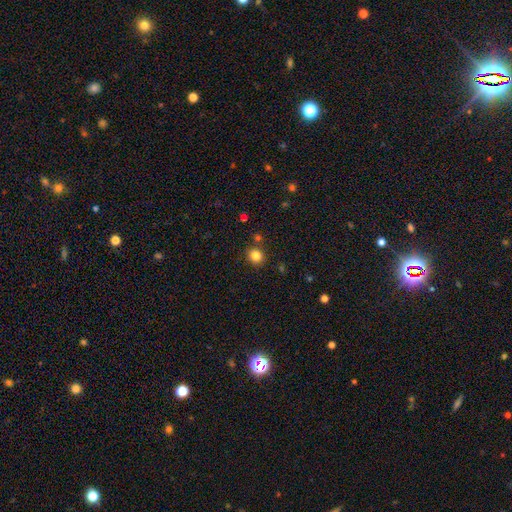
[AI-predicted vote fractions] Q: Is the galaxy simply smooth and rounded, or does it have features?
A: smooth — 83%.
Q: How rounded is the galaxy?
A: round — 84%.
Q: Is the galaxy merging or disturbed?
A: none — 85%.